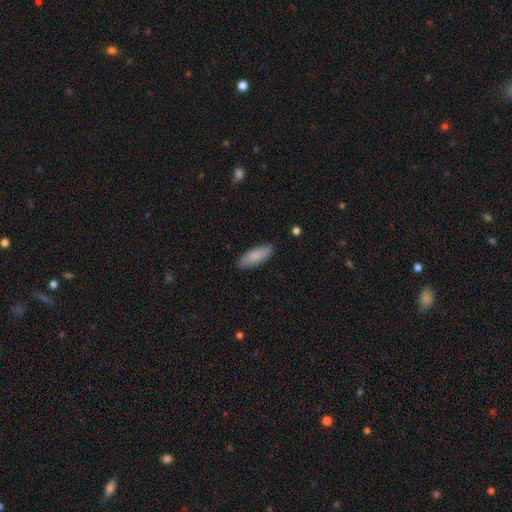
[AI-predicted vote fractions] A smooth galaxy with no disk features (83%) that is in between round and cigar-shaped (68%).

Vote fractions:
- Smooth or featured? smooth: 83% / featured or disk: 11% / star or artifact: 6%
- How rounded? in between: 68% / cigar-shaped: 30% / round: 2%
- Merging? none: 86% / minor disturbance: 11% / major disturbance: 2% / merger: 1%